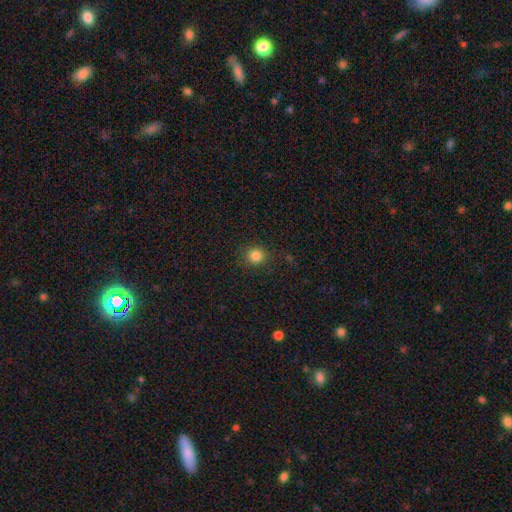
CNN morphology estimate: Smooth or featured? smooth (83%)
How rounded? round (89%)
Merging? none (89%)